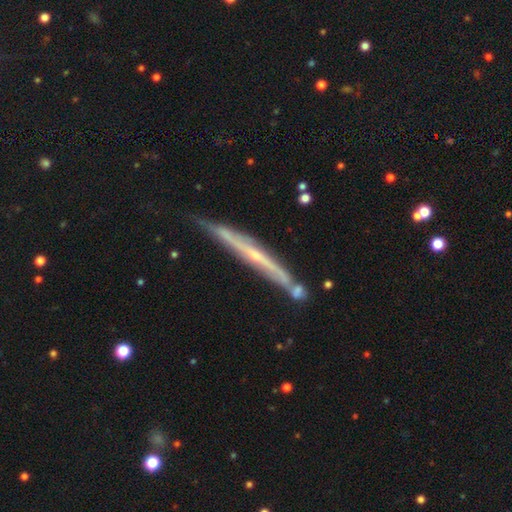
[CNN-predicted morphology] A featured or disk galaxy (71%) viewed edge-on (94%) with no central bulge (63%). Merging: none (70%).